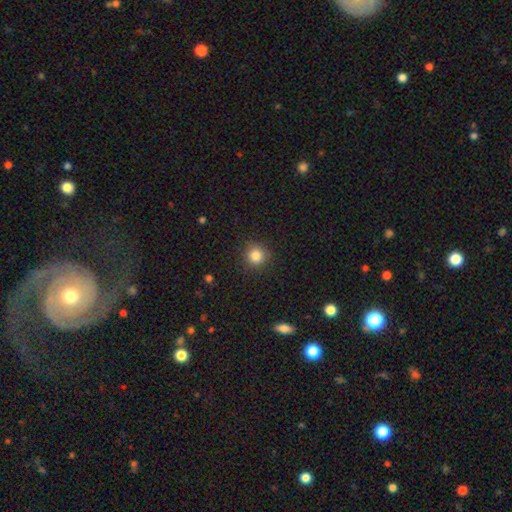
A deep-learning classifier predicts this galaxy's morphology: smooth-or-featured: smooth: 84% | star or artifact: 11% | featured or disk: 5%
  how-rounded: round: 92% | in between: 7% | cigar-shaped: 1%
  merging: none: 88% | minor disturbance: 9% | major disturbance: 2% | merger: 1%